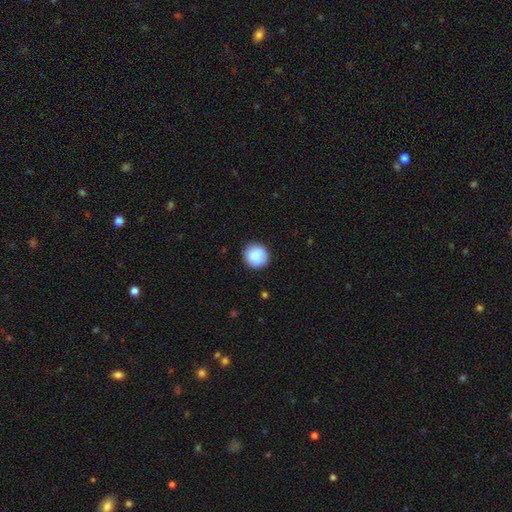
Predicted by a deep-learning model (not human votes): smooth-or-featured: smooth: 84% | featured or disk: 9% | star or artifact: 7%
  how-rounded: round: 93% | in between: 6% | cigar-shaped: 1%
  merging: none: 88% | minor disturbance: 9% | major disturbance: 2% | merger: 1%